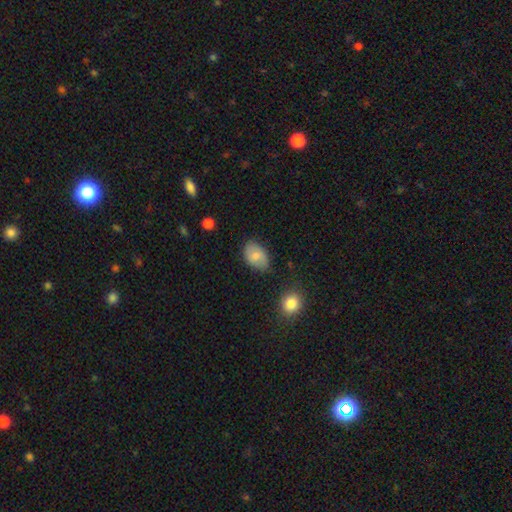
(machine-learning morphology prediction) Smooth or featured?
  - smooth: 75% *
  - featured or disk: 17%
  - star or artifact: 7%
How rounded?
  - in between: 87% *
  - round: 12%
  - cigar-shaped: 1%
Merging?
  - none: 73% *
  - minor disturbance: 20%
  - major disturbance: 4%
  - merger: 3%